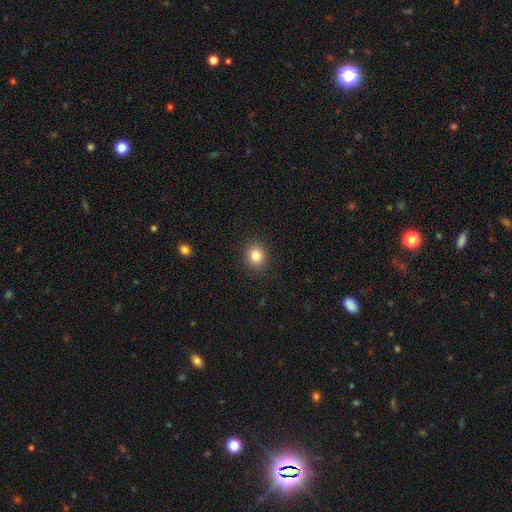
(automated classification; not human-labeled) A smooth galaxy with no disk features (83%) that is round (77%). Merging: none (90%).